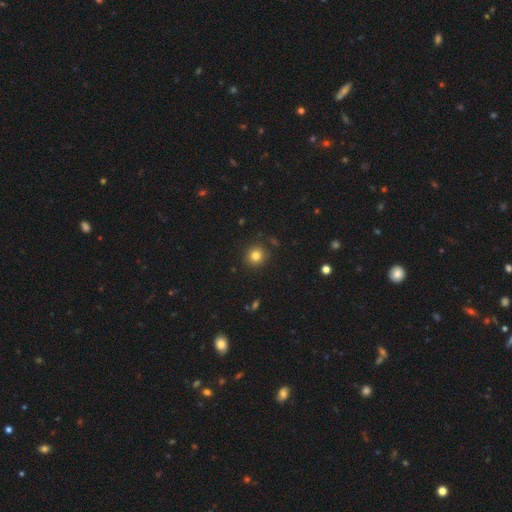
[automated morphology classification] Smooth or featured? Predicted: smooth (p=0.81). How rounded? Predicted: round (p=0.90). Merging? Predicted: none (p=0.89).